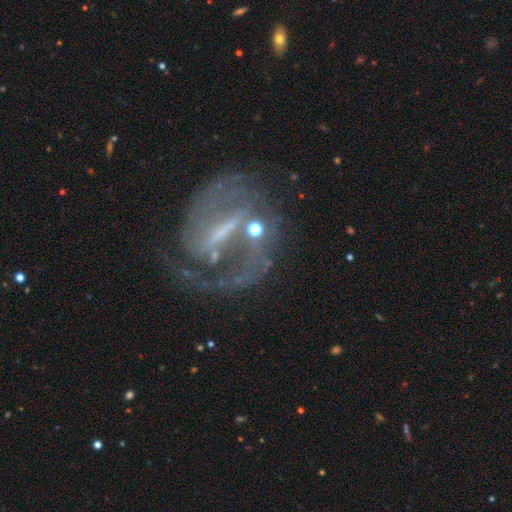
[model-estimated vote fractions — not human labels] Overall: featured or disk (85%). Edge-on disk: no (96%). Bar: strong (63%; weak 28%). Spiral arms: yes (89%). Spiral arm count: 2 (70%). Spiral winding: medium (47%; tight 31%). Bulge size: small (43%; none 32%). Merging: none (59%).